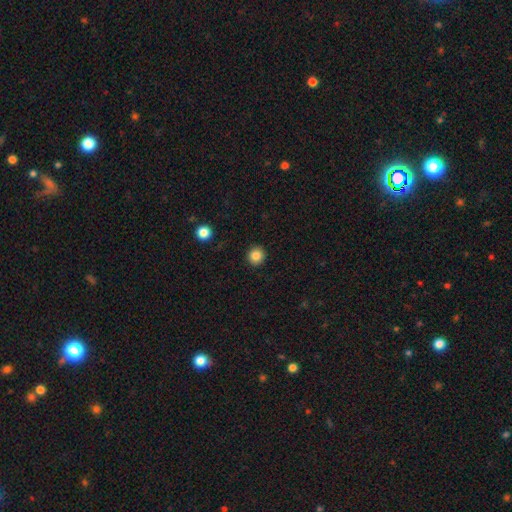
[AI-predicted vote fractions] Overall: smooth (85%). How rounded: round (93%). Merging: none (92%).